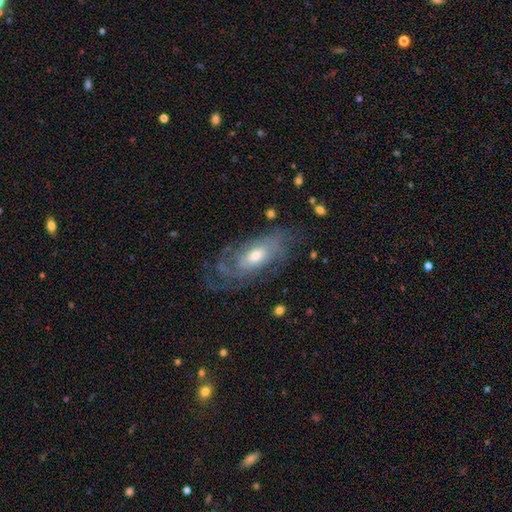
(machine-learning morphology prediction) Smooth or featured?
  - featured or disk: 77% *
  - smooth: 17%
  - star or artifact: 6%
Edge-on disk?
  - no: 90% *
  - yes: 10%
Bar?
  - no: 66% *
  - weak: 28%
  - strong: 5%
Spiral arms?
  - yes: 87% *
  - no: 13%
Spiral winding?
  - tight: 54% *
  - medium: 33%
  - loose: 13%
Spiral arm count?
  - can't tell: 53% *
  - 2: 18%
  - 3: 12%
  - 4: 7%
  - 1: 6%
  - more than 4: 5%
Bulge size?
  - moderate: 65% *
  - small: 17%
  - large: 15%
  - none: 2%
  - dominant: 1%
Merging?
  - none: 62% *
  - minor disturbance: 21%
  - major disturbance: 15%
  - merger: 2%